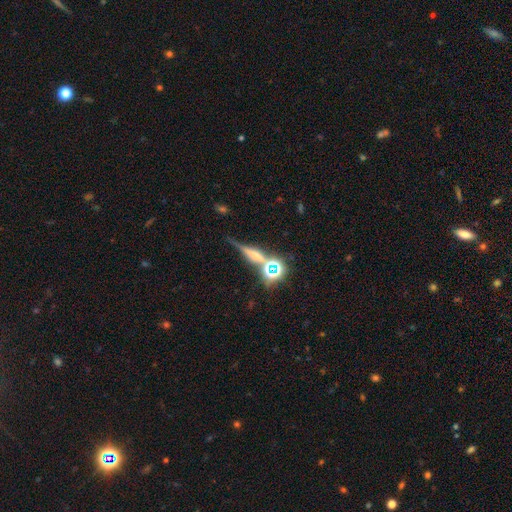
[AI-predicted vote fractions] featured or disk 39%, smooth 33%, star or artifact 28%. Down the decision tree: merging — none (62%).